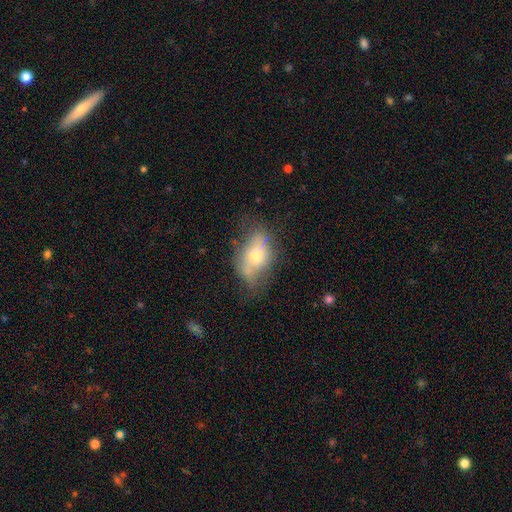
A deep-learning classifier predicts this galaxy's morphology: This is possibly a smooth galaxy (52%). How rounded: clearly in between (84%). Merging: possibly none (48%).